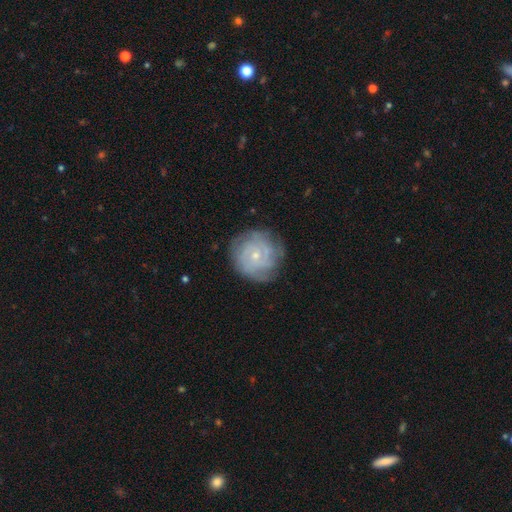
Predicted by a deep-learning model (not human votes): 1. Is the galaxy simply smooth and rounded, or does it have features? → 74% featured or disk, 19% smooth, 7% star or artifact.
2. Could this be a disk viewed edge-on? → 98% no, 2% yes.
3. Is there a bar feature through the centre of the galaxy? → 76% no, 21% weak, 3% strong.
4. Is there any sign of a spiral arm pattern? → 90% yes, 10% no.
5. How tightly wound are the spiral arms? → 69% tight, 24% medium, 6% loose.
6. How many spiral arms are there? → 39% can't tell, 19% 3, 18% 2, 12% 4, 6% more than 4, 6% 1.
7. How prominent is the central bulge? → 74% small, 22% moderate, 2% none, 1% large, 1% dominant.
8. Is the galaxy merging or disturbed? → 78% none, 16% minor disturbance, 6% major disturbance, 1% merger.